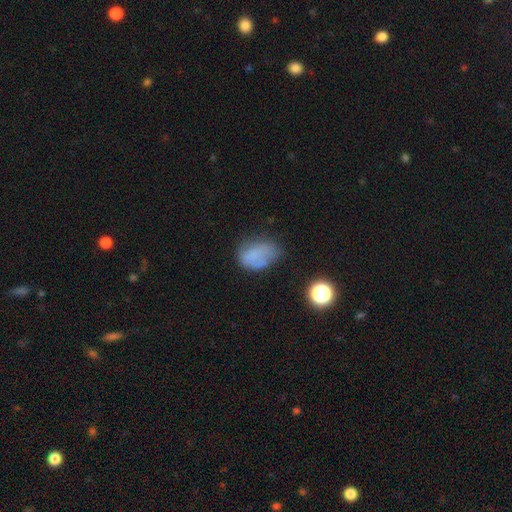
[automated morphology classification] Smooth or featured: smooth — 66% (featured or disk — 19%)
How rounded: in between — 78% (round — 21%)
Merging: none — 37% (minor disturbance — 36%)